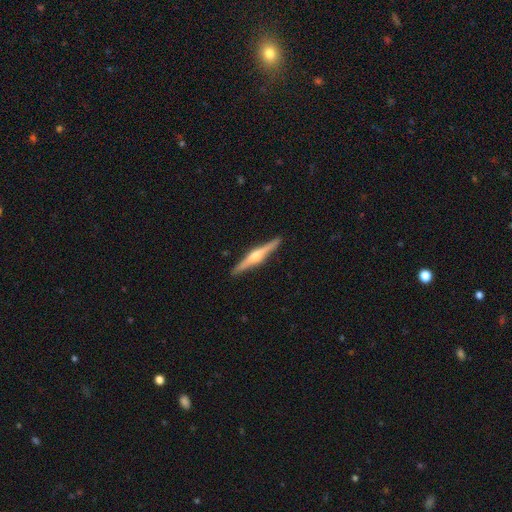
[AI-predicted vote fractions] Morphology: type=featured or disk (79%); edge-on=yes (98%); edge-on bulge=rounded (90%); merging=none (92%).